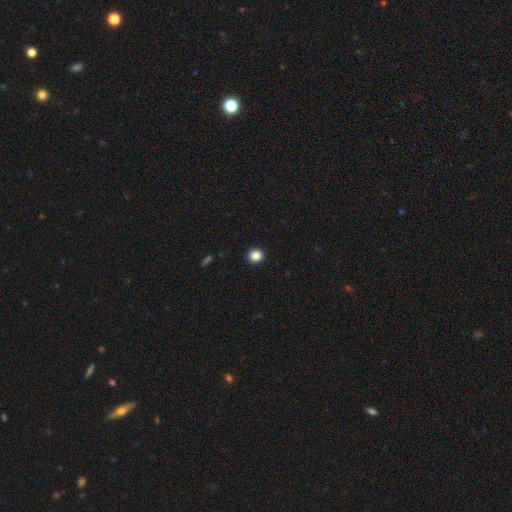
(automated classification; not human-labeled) This appears to be a smooth galaxy with no disk features (86%) that is round (90%). Merging: none (93%).